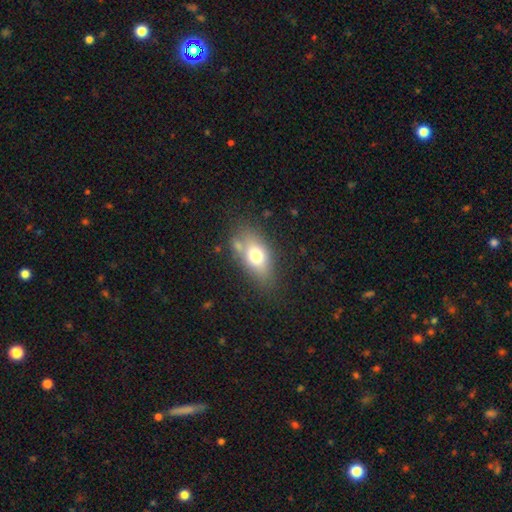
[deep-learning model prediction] smooth-or-featured: smooth: 69% | featured or disk: 21% | star or artifact: 10%
  how-rounded: in between: 81% | round: 13% | cigar-shaped: 6%
  merging: none: 65% | minor disturbance: 18% | merger: 10% | major disturbance: 7%